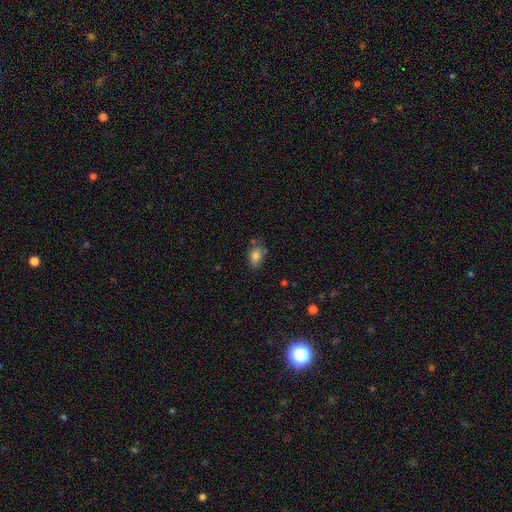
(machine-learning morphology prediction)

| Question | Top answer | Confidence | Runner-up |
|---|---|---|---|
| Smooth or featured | smooth | 82% | star or artifact (9%) |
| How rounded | in between | 85% | round (13%) |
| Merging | none | 68% | minor disturbance (20%) |